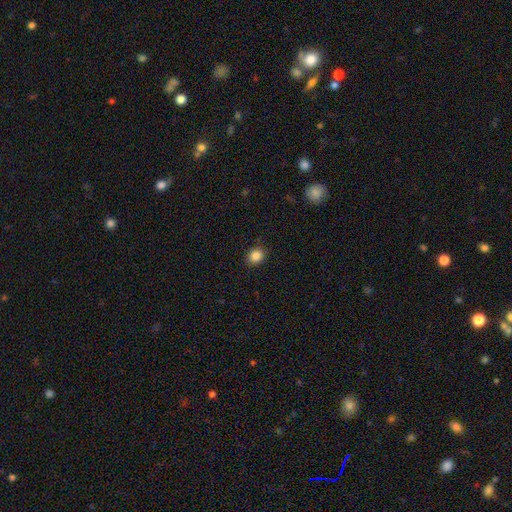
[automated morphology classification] Smooth or featured: smooth — 86% (star or artifact — 10%)
How rounded: round — 67% (in between — 32%)
Merging: none — 88% (minor disturbance — 9%)